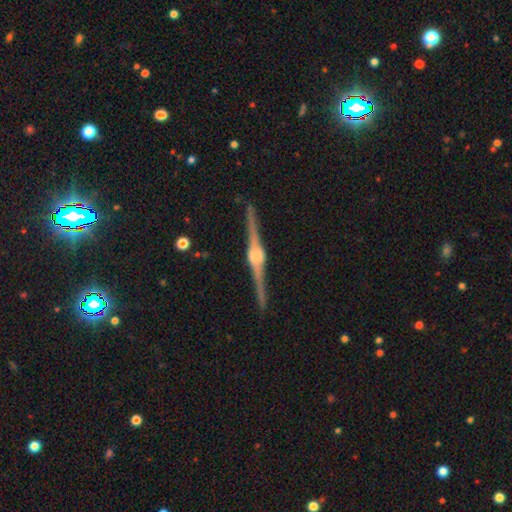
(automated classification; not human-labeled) Smooth or featured: featured or disk — 91% (star or artifact — 5%)
Edge-on disk: yes — 98% (no — 2%)
Edge-on bulge: rounded — 84% (boxy — 14%)
Merging: none — 89% (minor disturbance — 8%)